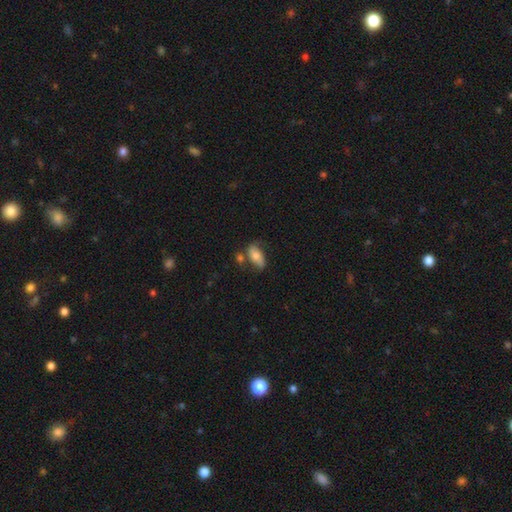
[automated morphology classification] This appears to be a smooth galaxy with no disk features (63%) that is in between round and cigar-shaped (87%). Merging: none (49%).